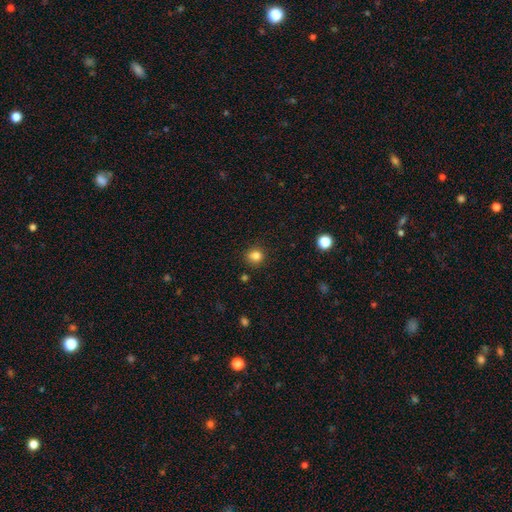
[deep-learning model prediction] Overall: smooth (83%). How rounded: round (85%). Merging: none (87%).